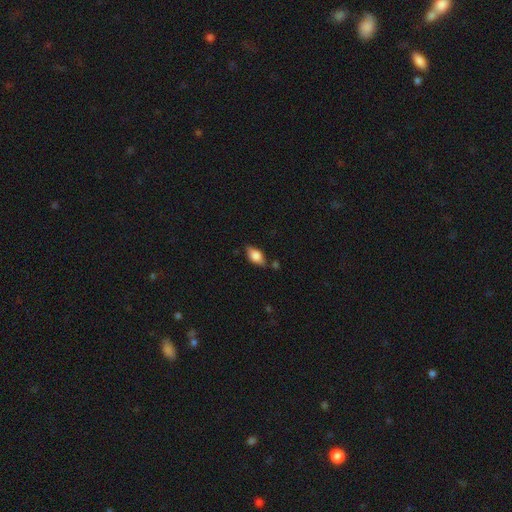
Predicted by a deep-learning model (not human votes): This appears to be a smooth galaxy with no disk features (63%) that is in between round and cigar-shaped (85%). Merging: none (72%).